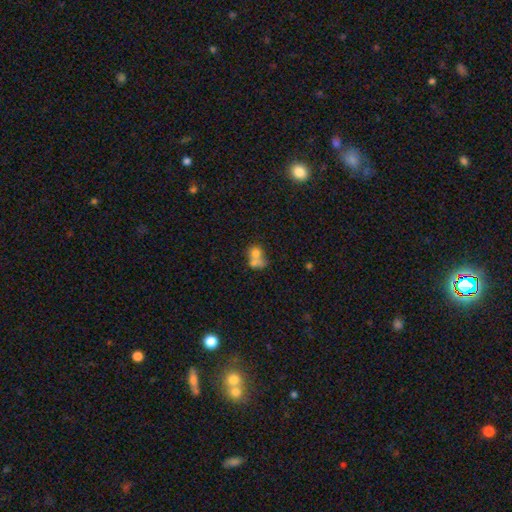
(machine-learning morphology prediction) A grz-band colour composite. It shows a smooth galaxy with no disk features (68%) that is round (63%). Merging: merger (65%).